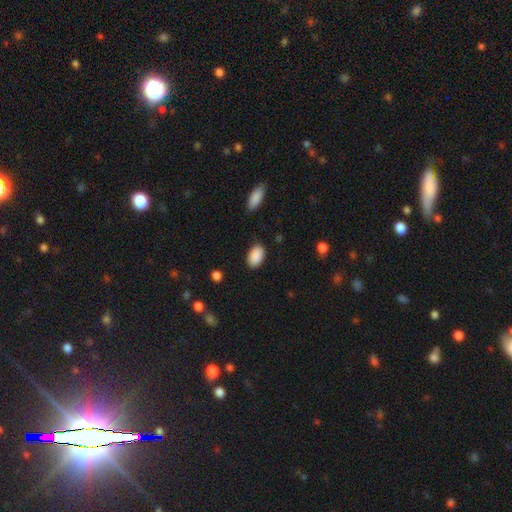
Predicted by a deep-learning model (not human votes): A smooth galaxy with no disk features (90%) that is in between round and cigar-shaped (89%). Merging: none (85%).